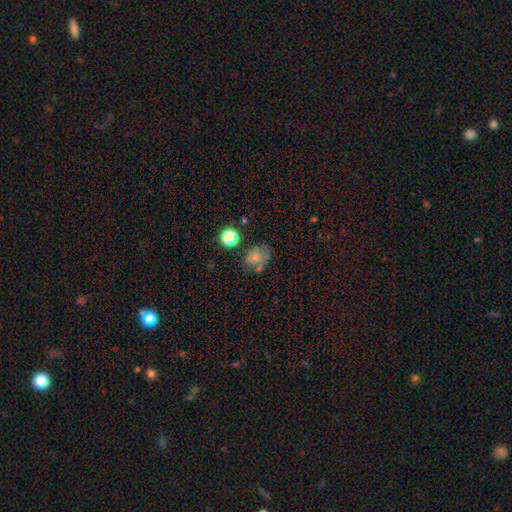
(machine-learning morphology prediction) Smooth or featured: smooth — 68% (featured or disk — 18%)
How rounded: in between — 50% (round — 49%)
Merging: none — 51% (minor disturbance — 26%)